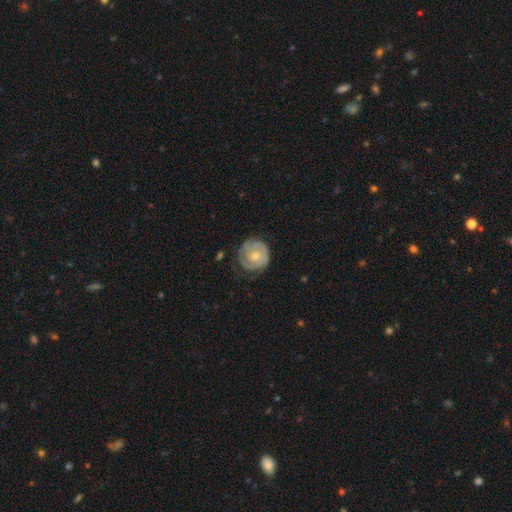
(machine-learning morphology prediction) Smooth or featured? featured or disk (68%)
Edge-on disk? no (98%)
Bar? no (79%)
Spiral arms? yes (80%)
Spiral winding? tight (72%)
Spiral arm count? 2 (40%)
Bulge size? moderate (53%)
Merging? none (70%)